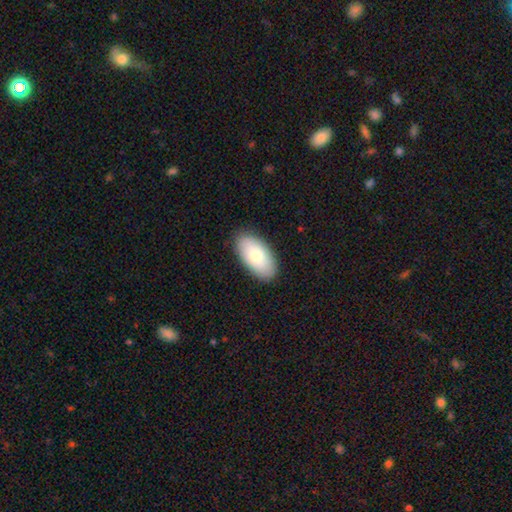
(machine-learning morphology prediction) smooth_or_featured: smooth (p=0.78) [alt: featured or disk p=0.16]
how_rounded: in between (p=0.95) [alt: round p=0.03]
merging: none (p=0.87) [alt: minor disturbance p=0.10]